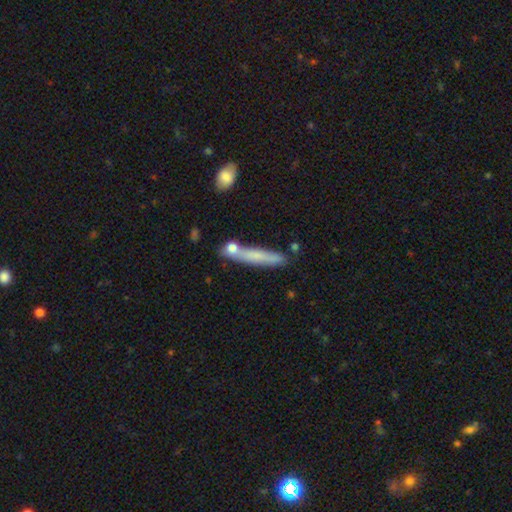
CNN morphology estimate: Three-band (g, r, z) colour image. It shows a smooth galaxy with no disk features (65%) that is cigar-shaped (92%). Merging: none (72%).